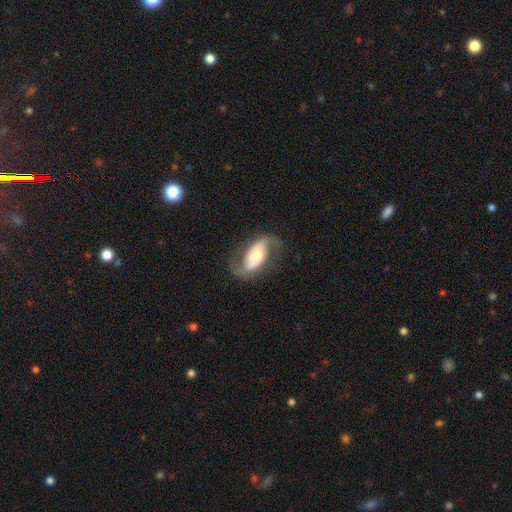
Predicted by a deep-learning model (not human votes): Q: Smooth or featured?
A: featured or disk (80%); runner-up: smooth (15%)
Q: Edge-on disk?
A: no (95%); runner-up: yes (5%)
Q: Bar?
A: no (43%); runner-up: weak (30%)
Q: Spiral arms?
A: yes (90%); runner-up: no (10%)
Q: Spiral winding?
A: loose (50%); runner-up: medium (38%)
Q: Spiral arm count?
A: 2 (91%); runner-up: can't tell (3%)
Q: Bulge size?
A: moderate (63%); runner-up: large (17%)
Q: Merging?
A: none (74%); runner-up: minor disturbance (15%)